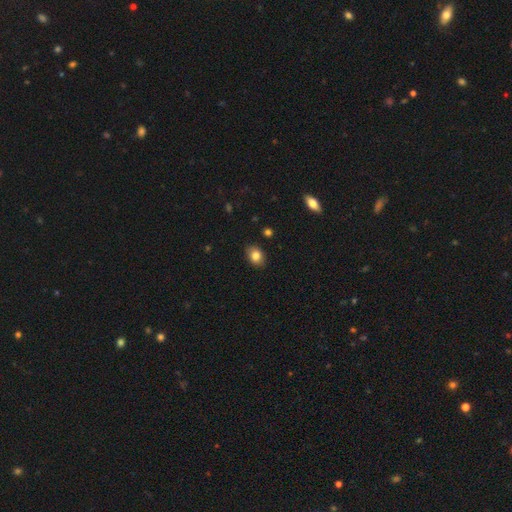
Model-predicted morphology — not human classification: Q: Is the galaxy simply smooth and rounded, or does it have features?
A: smooth — 83%.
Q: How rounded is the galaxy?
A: in between — 65%.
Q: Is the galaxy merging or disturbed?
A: none — 87%.